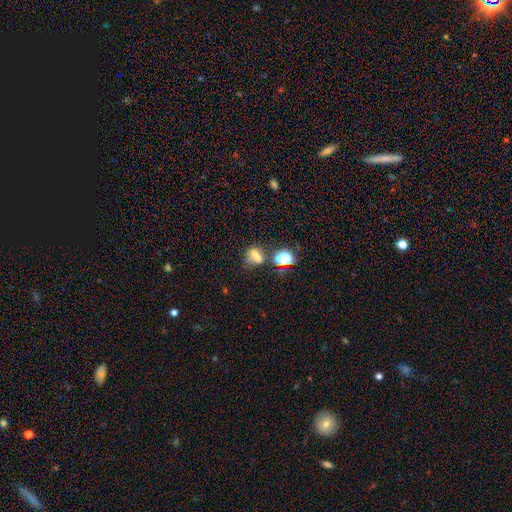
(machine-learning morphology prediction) A smooth galaxy with no disk features (59%) that is round (56%).

Vote fractions:
- Smooth or featured? smooth: 59% / star or artifact: 24% / featured or disk: 18%
- How rounded? round: 56% / in between: 41% / cigar-shaped: 2%
- Merging? none: 43% / merger: 37% / minor disturbance: 13% / major disturbance: 8%